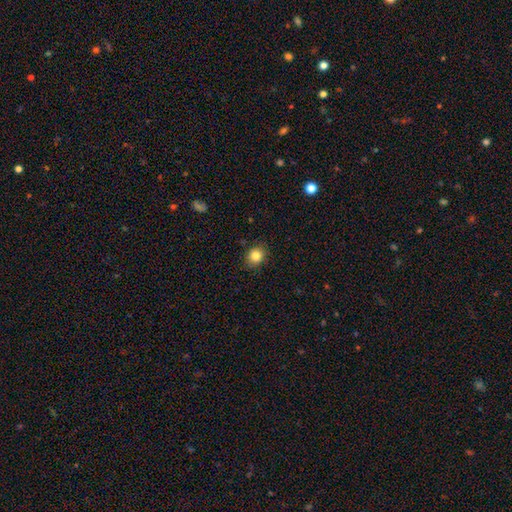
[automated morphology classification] Smooth or featured?
  - smooth: 83% *
  - star or artifact: 11%
  - featured or disk: 6%
How rounded?
  - round: 70% *
  - in between: 29%
  - cigar-shaped: 1%
Merging?
  - none: 89% *
  - minor disturbance: 8%
  - major disturbance: 2%
  - merger: 1%